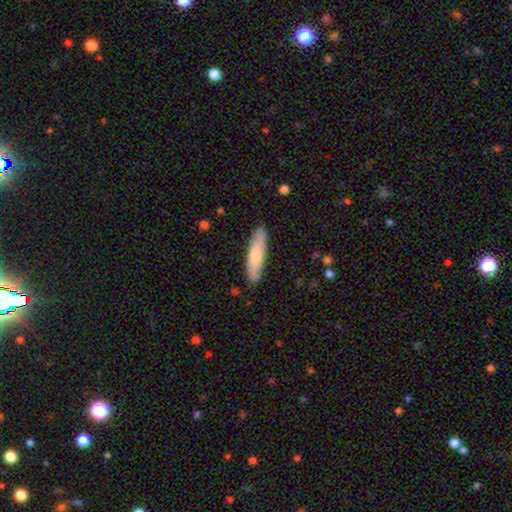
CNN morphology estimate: Q: Smooth or featured?
A: smooth (71%); runner-up: featured or disk (24%)
Q: How rounded?
A: cigar-shaped (72%); runner-up: in between (27%)
Q: Merging?
A: none (86%); runner-up: minor disturbance (11%)